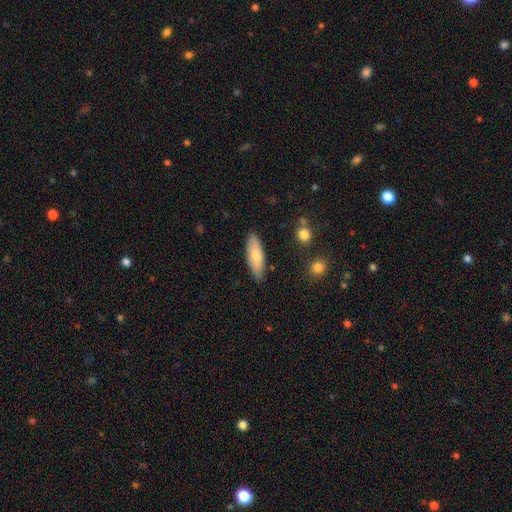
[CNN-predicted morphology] This is likely a smooth galaxy (71%). How rounded: possibly in between (59%). Merging: clearly none (84%).